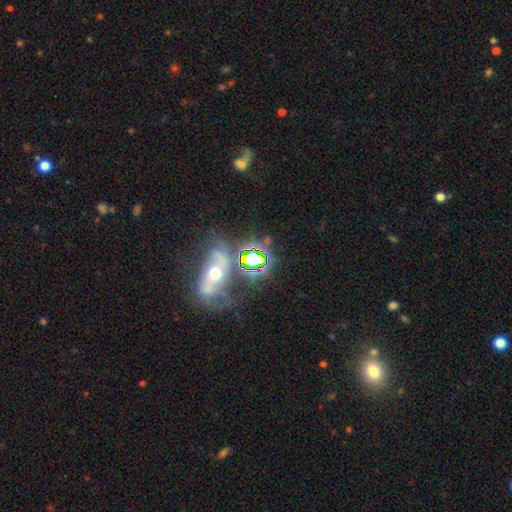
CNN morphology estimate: Smooth or featured? Predicted: star or artifact (p=0.49).